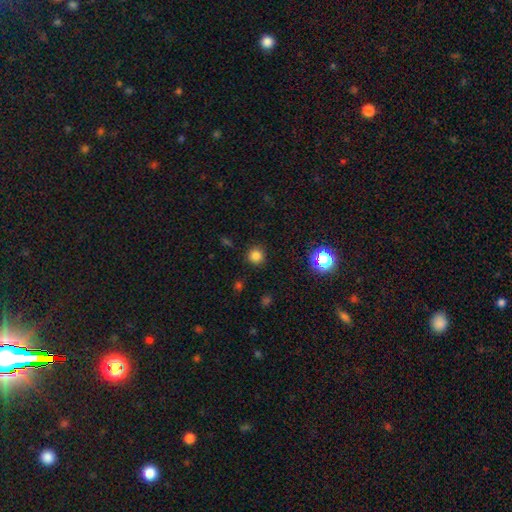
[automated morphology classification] Smooth or featured: smooth — 81% (star or artifact — 16%)
How rounded: round — 94% (in between — 5%)
Merging: none — 90% (minor disturbance — 7%)